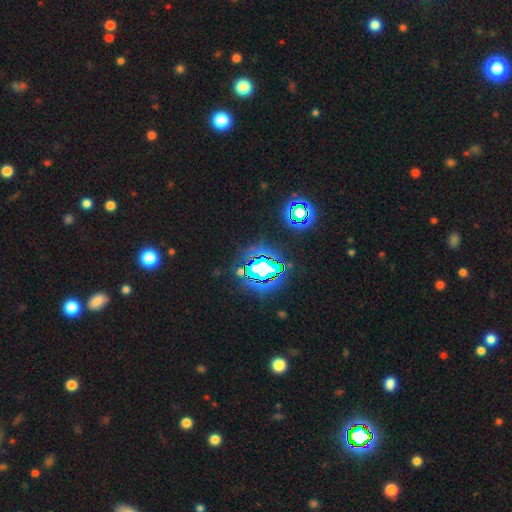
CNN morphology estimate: Overall: star or artifact (82%).